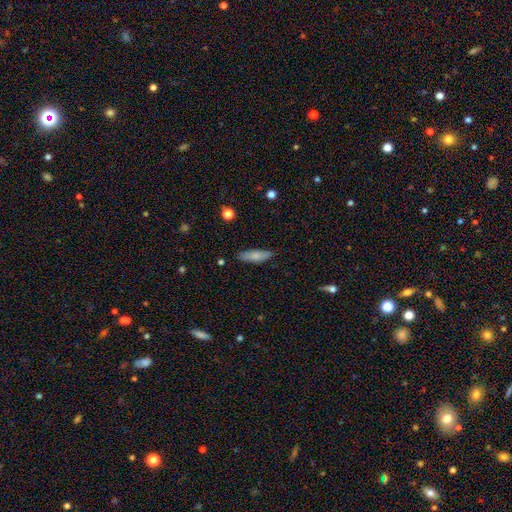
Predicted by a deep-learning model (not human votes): Q: Smooth or featured?
A: smooth (73%); runner-up: featured or disk (20%)
Q: How rounded?
A: cigar-shaped (52%); runner-up: in between (46%)
Q: Merging?
A: none (82%); runner-up: minor disturbance (14%)